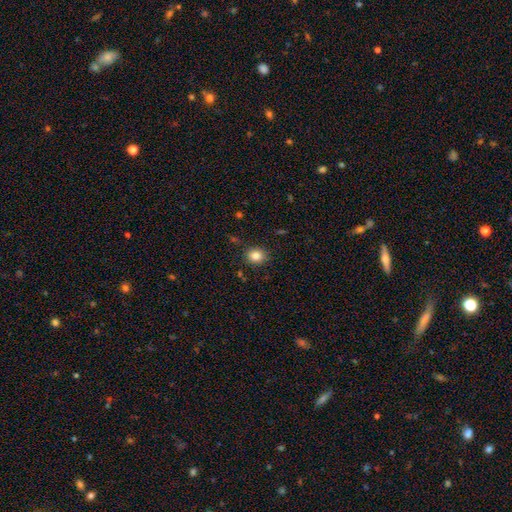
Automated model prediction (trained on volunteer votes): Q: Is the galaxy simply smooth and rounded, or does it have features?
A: smooth — 84%.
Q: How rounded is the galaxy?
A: round — 69%.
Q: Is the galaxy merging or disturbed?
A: none — 86%.